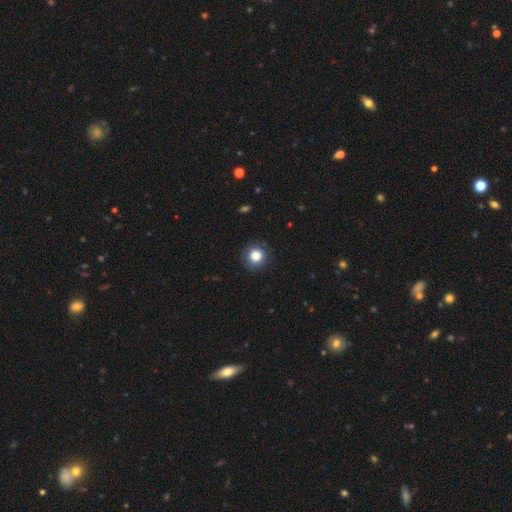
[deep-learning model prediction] This appears to be a smooth galaxy with no disk features (84%) that is round (93%). Merging: none (89%).